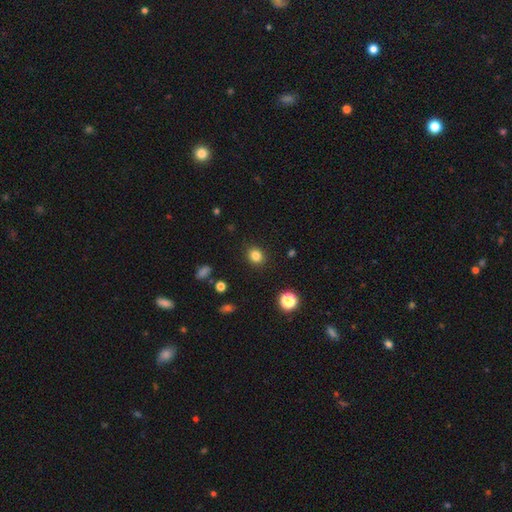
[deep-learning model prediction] Smooth or featured? Predicted: smooth (p=0.82). How rounded? Predicted: round (p=0.73). Merging? Predicted: none (p=0.90).